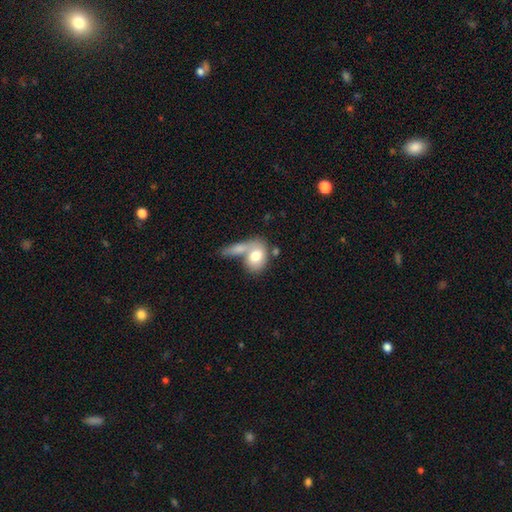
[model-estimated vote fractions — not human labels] Morphology: type=smooth (74%); roundness=in between (73%); merging=merger (50%).